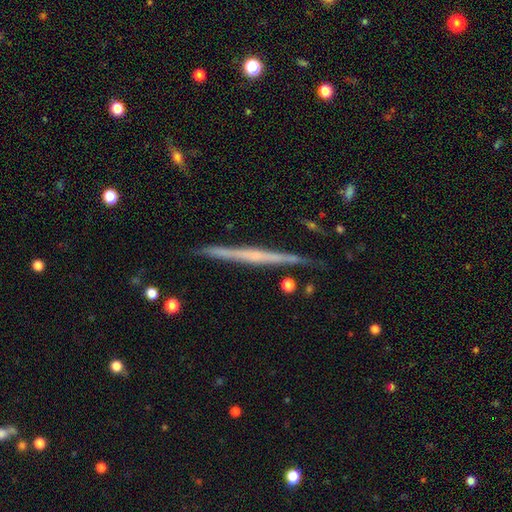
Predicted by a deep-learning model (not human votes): Smooth or featured?
  - featured or disk: 69% *
  - smooth: 25%
  - star or artifact: 6%
Edge-on disk?
  - yes: 98% *
  - no: 2%
Edge-on bulge?
  - none: 64% *
  - rounded: 27%
  - boxy: 8%
Merging?
  - none: 88% *
  - minor disturbance: 9%
  - merger: 2%
  - major disturbance: 2%